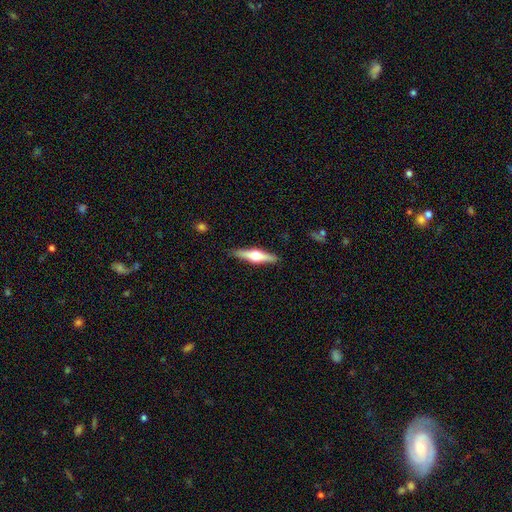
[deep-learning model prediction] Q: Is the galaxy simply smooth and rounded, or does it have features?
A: featured or disk — 63%.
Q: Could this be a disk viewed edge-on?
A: yes — 97%.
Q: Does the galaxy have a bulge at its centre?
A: rounded — 94%.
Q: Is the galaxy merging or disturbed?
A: none — 89%.